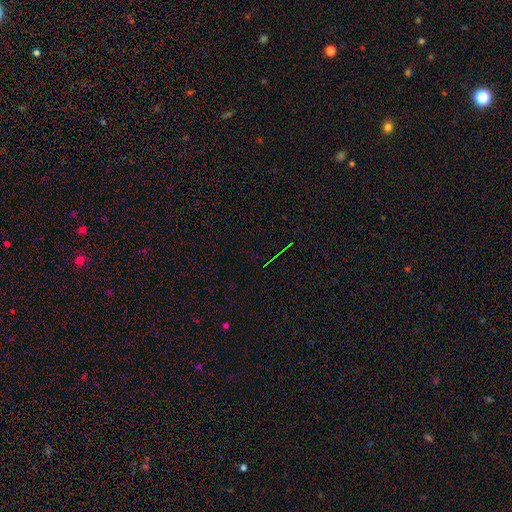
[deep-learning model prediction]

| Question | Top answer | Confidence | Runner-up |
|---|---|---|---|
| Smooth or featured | star or artifact | 77% | smooth (12%) |